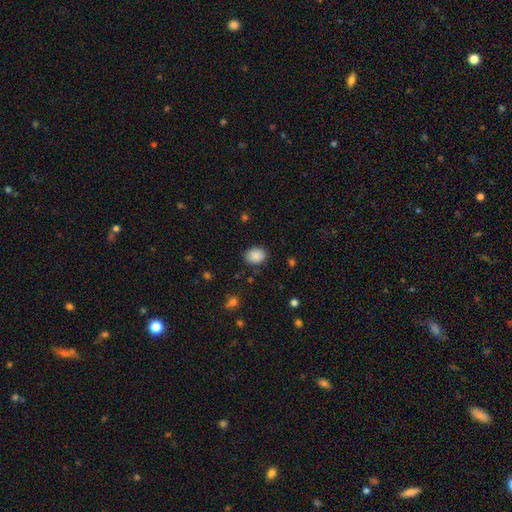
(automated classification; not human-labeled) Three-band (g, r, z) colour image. It shows a smooth galaxy with no disk features (89%) that is in between round and cigar-shaped (63%). Merging: none (85%).